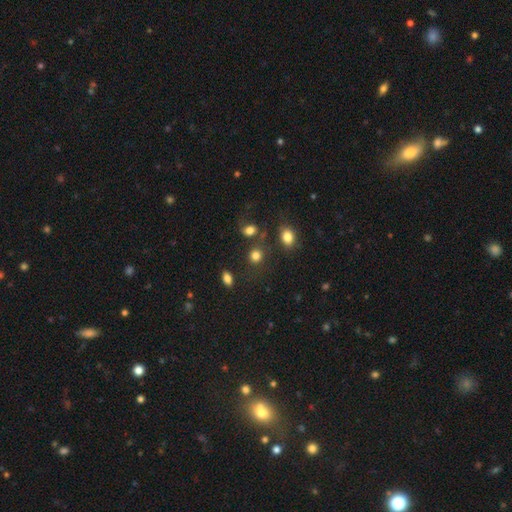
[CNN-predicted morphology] type=smooth (82%); roundness=round (75%); merging=none (71%).